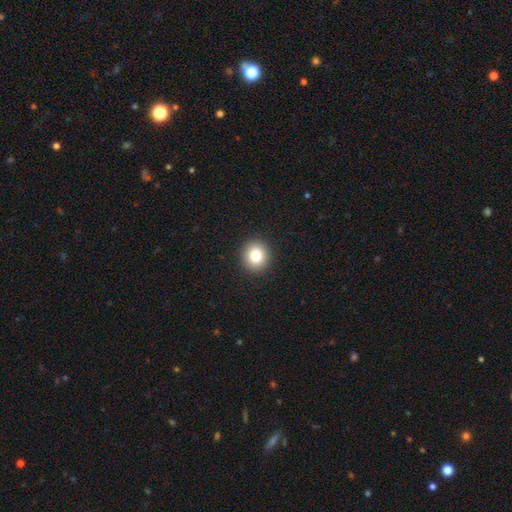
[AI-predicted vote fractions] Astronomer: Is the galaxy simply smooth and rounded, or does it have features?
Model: smooth — 82%.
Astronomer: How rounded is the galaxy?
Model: round — 85%.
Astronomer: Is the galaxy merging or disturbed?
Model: none — 92%.